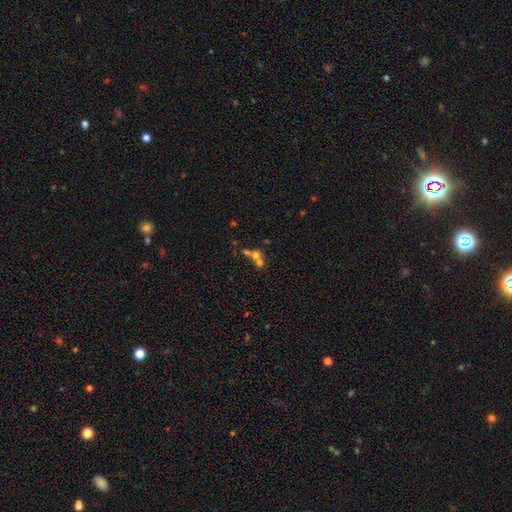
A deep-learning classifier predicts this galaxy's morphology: Smooth or featured: smooth — 52% (featured or disk — 26%)
How rounded: round — 77% (in between — 21%)
Merging: merger — 58% (none — 32%)